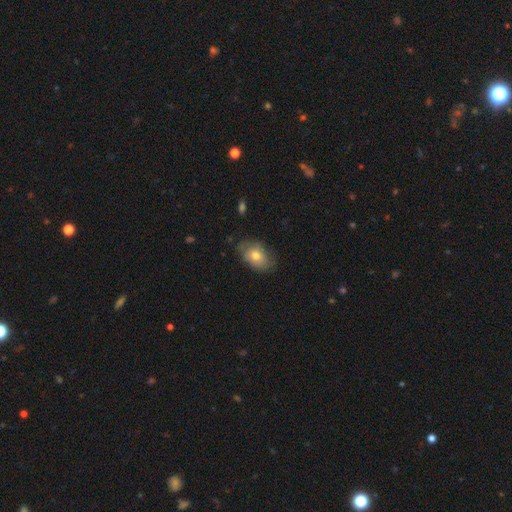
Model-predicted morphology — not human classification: The model was most divided on "merging": none: 69%, minor disturbance: 24%, major disturbance: 6%, merger: 1%. More confident: how rounded — in between (84%); smooth or featured — smooth (69%).